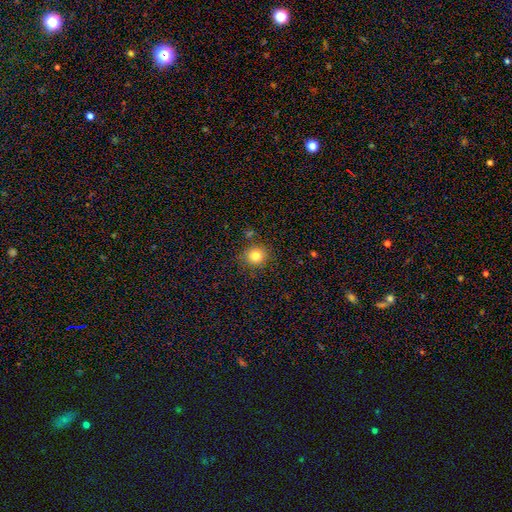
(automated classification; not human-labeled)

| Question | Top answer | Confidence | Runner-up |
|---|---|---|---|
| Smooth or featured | smooth | 81% | star or artifact (12%) |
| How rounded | round | 87% | in between (12%) |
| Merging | none | 82% | minor disturbance (11%) |